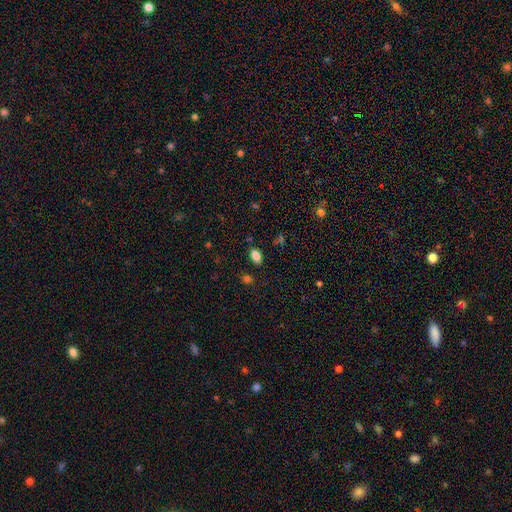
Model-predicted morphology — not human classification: Smooth or featured: smooth — 83% (star or artifact — 11%)
How rounded: in between — 89% (round — 8%)
Merging: none — 84% (minor disturbance — 11%)